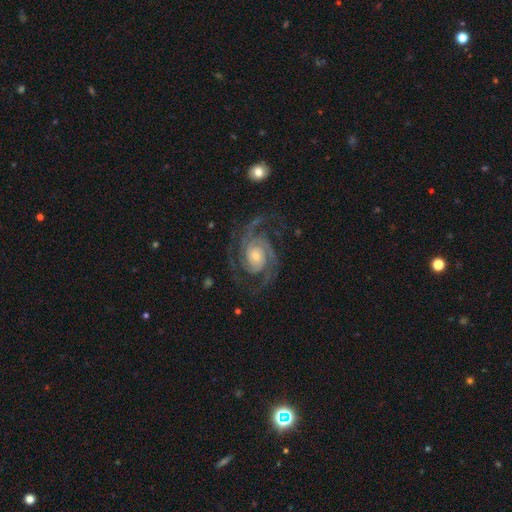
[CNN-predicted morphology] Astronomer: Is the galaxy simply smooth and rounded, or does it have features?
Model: featured or disk — 92%.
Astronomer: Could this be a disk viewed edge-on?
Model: no — 98%.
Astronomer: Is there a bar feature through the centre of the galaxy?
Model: no — 66%.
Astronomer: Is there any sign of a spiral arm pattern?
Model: yes — 98%.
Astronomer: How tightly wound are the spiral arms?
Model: tight — 51% (runner-up: medium, 42%).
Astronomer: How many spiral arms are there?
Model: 2 — 52%.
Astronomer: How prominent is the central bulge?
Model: small — 52% (runner-up: moderate, 38%).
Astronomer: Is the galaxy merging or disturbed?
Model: none — 73%.